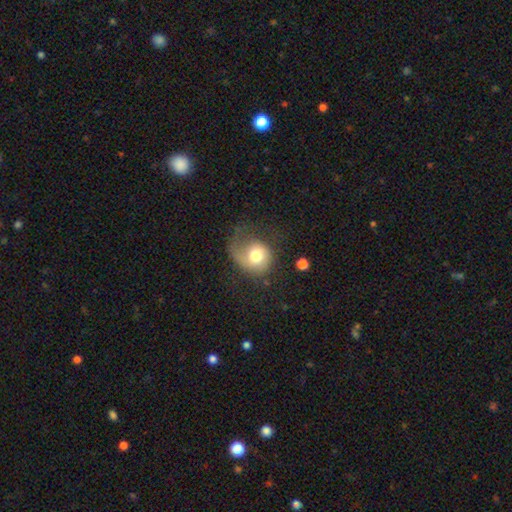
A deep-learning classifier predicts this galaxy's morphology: Smooth or featured?
  - smooth: 59% *
  - featured or disk: 33%
  - star or artifact: 8%
How rounded?
  - round: 70% *
  - in between: 29%
  - cigar-shaped: 1%
Merging?
  - major disturbance: 41% *
  - none: 32%
  - minor disturbance: 24%
  - merger: 3%